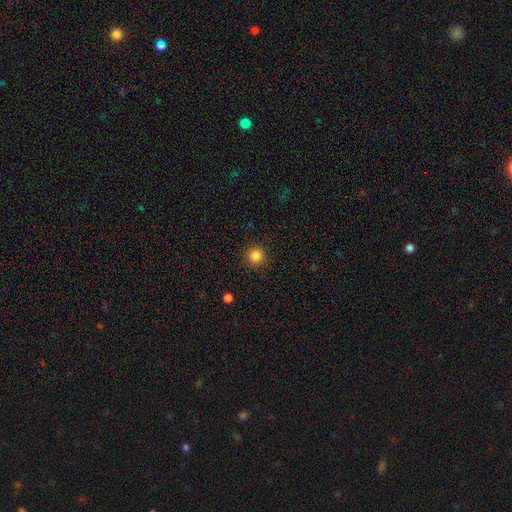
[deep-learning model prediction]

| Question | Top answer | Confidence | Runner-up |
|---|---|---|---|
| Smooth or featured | smooth | 85% | star or artifact (12%) |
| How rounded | round | 95% | in between (4%) |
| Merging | none | 91% | minor disturbance (6%) |